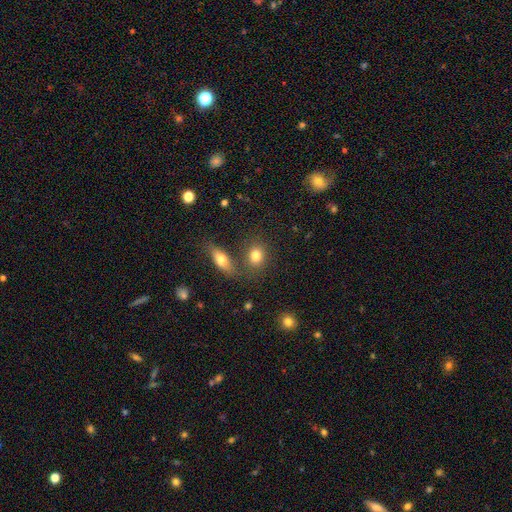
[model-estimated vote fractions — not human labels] Smooth or featured? Predicted: smooth (p=0.80). How rounded? Predicted: round (p=0.53). Merging? Predicted: none (p=0.65).